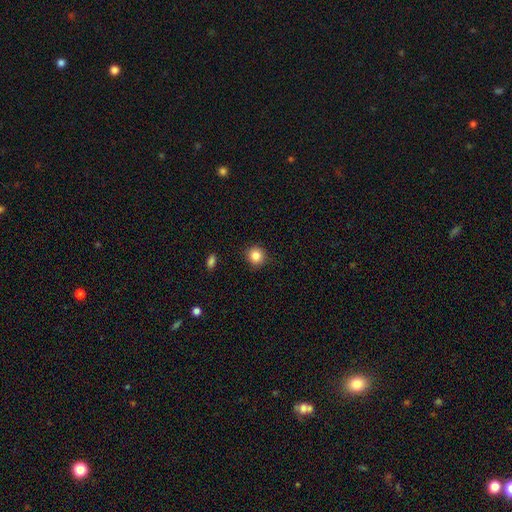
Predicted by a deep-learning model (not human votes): A smooth galaxy with no disk features (84%) that is round (91%).

Vote fractions:
- Smooth or featured? smooth: 84% / star or artifact: 10% / featured or disk: 5%
- How rounded? round: 91% / in between: 8% / cigar-shaped: 1%
- Merging? none: 89% / minor disturbance: 8% / major disturbance: 2% / merger: 1%